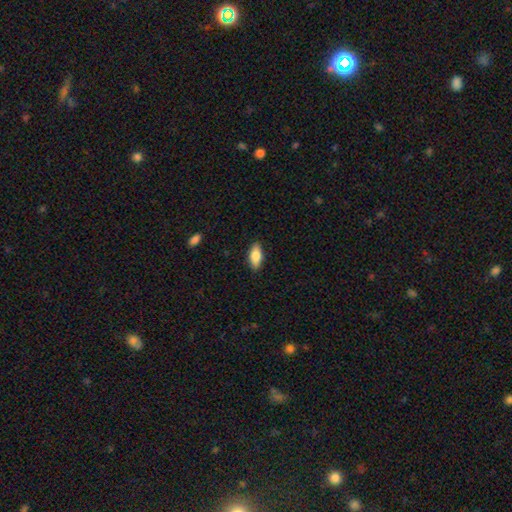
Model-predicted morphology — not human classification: smooth-or-featured: smooth: 76% | featured or disk: 18% | star or artifact: 7%
  how-rounded: in between: 80% | cigar-shaped: 17% | round: 3%
  merging: none: 88% | minor disturbance: 9% | major disturbance: 2% | merger: 1%